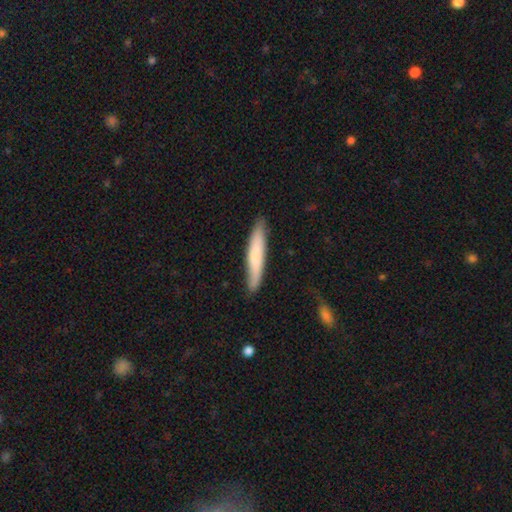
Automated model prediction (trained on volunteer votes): smooth_or_featured: smooth (p=0.70) [alt: featured or disk p=0.25]
how_rounded: cigar-shaped (p=0.91) [alt: in between p=0.07]
merging: none (p=0.82) [alt: minor disturbance p=0.14]